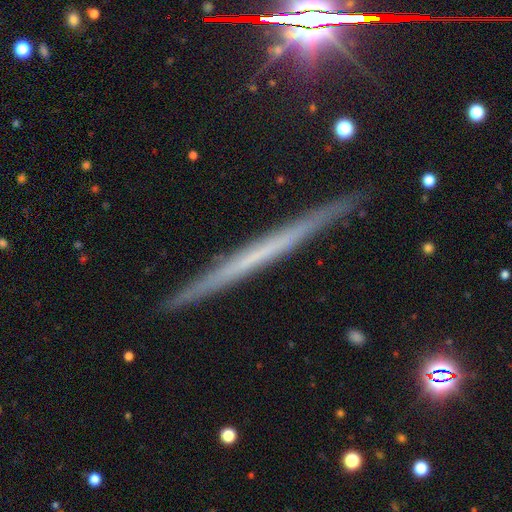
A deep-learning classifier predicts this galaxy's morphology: This appears to be a featured or disk galaxy (61%) viewed edge-on (97%) with no central bulge (91%). Merging: none (91%).